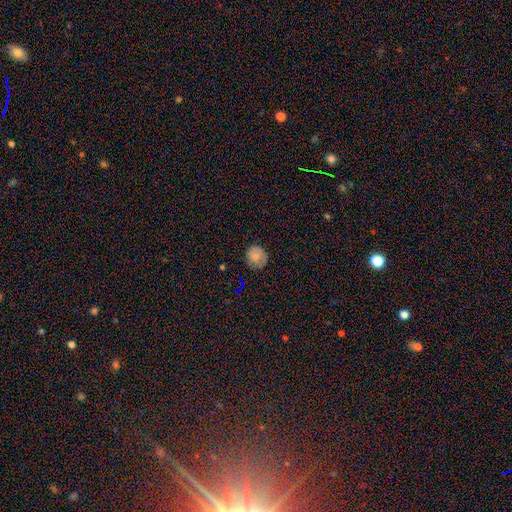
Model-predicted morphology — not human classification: Q: Smooth or featured?
A: smooth (79%); runner-up: star or artifact (11%)
Q: How rounded?
A: round (86%); runner-up: in between (13%)
Q: Merging?
A: none (81%); runner-up: minor disturbance (15%)